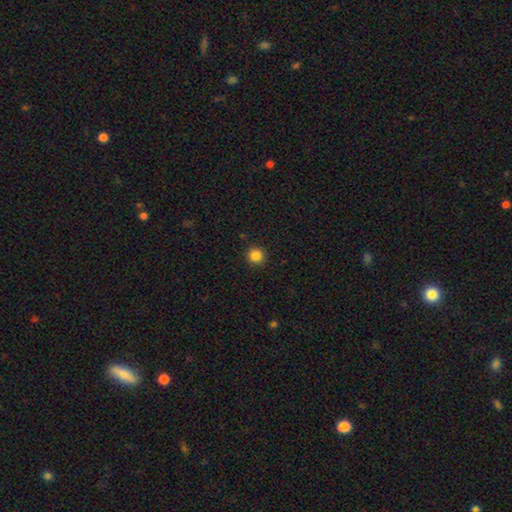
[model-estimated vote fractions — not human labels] Overall: smooth (86%). How rounded: round (95%). Merging: none (92%).